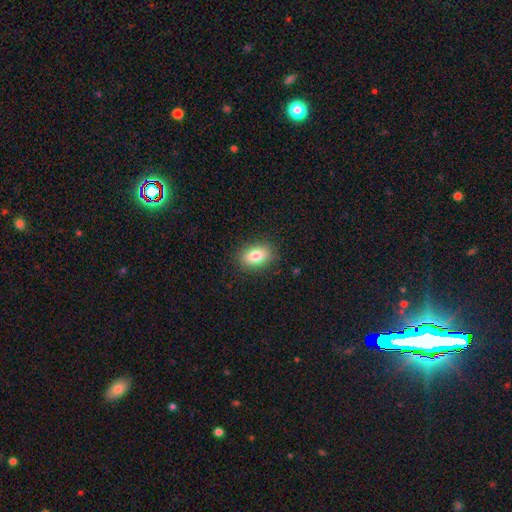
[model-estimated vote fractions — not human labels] smooth-or-featured: smooth: 82% | featured or disk: 10% | star or artifact: 8%
  how-rounded: in between: 87% | round: 10% | cigar-shaped: 3%
  merging: none: 87% | minor disturbance: 9% | major disturbance: 3% | merger: 1%